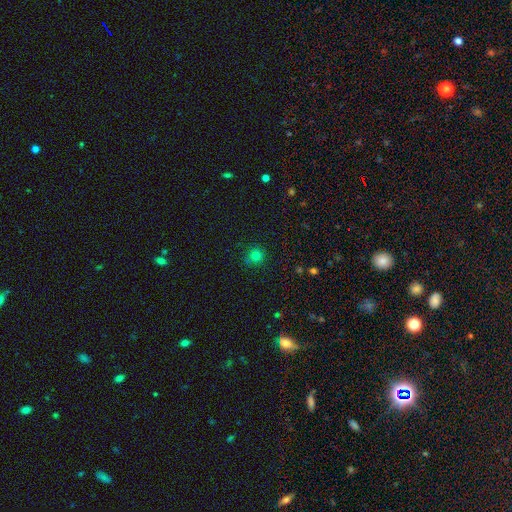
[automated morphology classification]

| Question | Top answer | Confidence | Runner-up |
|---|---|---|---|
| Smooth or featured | smooth | 78% | star or artifact (17%) |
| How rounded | round | 92% | in between (7%) |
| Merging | none | 84% | minor disturbance (11%) |